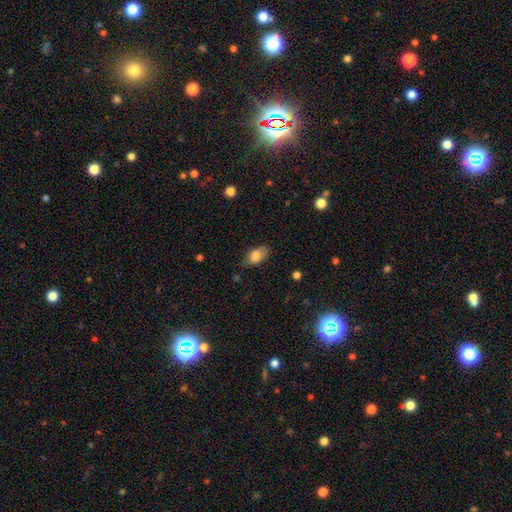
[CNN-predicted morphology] Smooth or featured?
  - smooth: 81% *
  - featured or disk: 11%
  - star or artifact: 8%
How rounded?
  - in between: 87% *
  - round: 11%
  - cigar-shaped: 2%
Merging?
  - none: 67% *
  - minor disturbance: 25%
  - major disturbance: 6%
  - merger: 2%